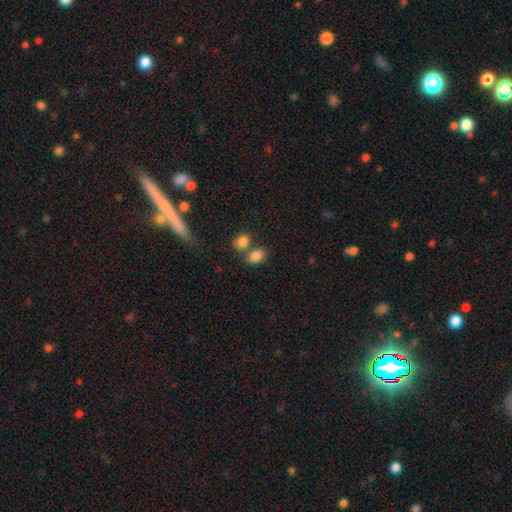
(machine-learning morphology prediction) smooth 85%, star or artifact 9%, featured or disk 6%. Down the decision tree: how rounded — in between (72%); merging — none (52%).